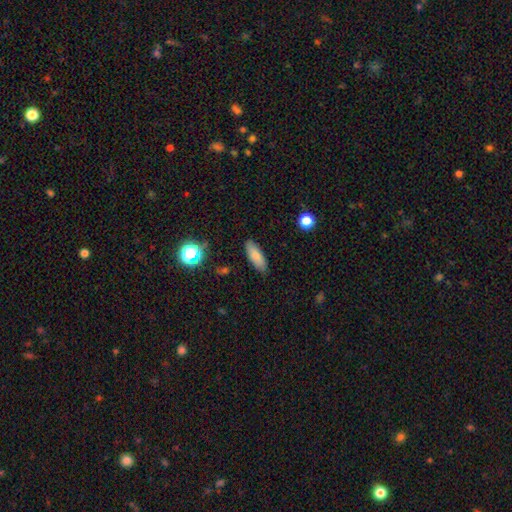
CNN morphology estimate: type=smooth (81%); roundness=in between (70%); merging=none (85%).